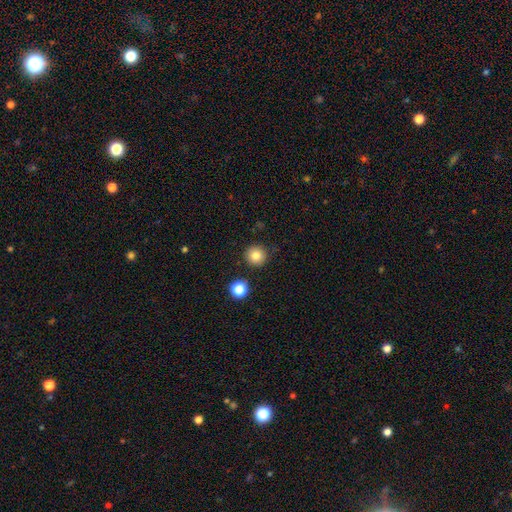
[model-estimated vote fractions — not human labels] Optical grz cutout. It shows a smooth galaxy with no disk features (82%) that is round (95%). Merging: none (89%).